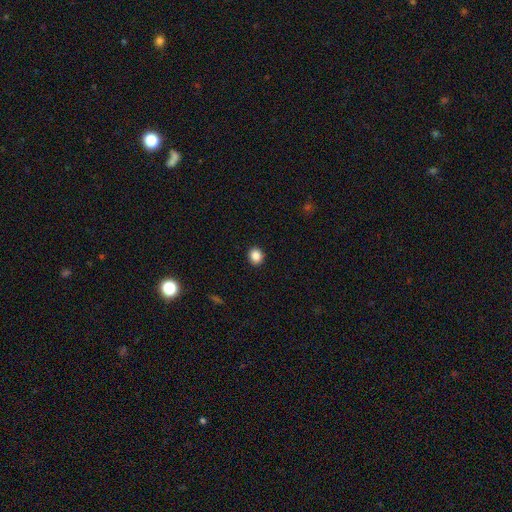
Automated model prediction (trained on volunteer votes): Morphology: type=smooth (87%); roundness=round (80%); merging=none (92%).